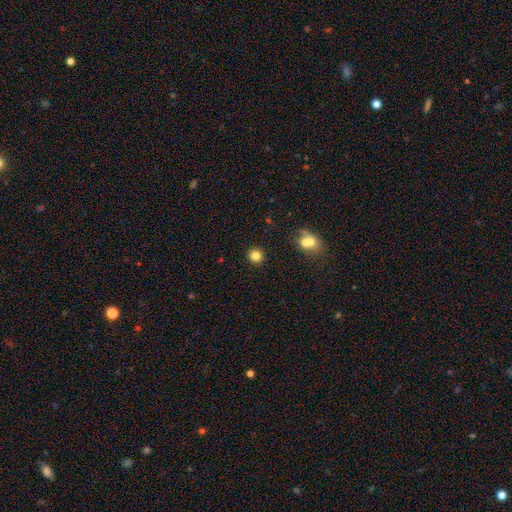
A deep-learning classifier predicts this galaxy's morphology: Q: Smooth or featured?
A: smooth (82%); runner-up: star or artifact (12%)
Q: How rounded?
A: round (93%); runner-up: in between (6%)
Q: Merging?
A: none (90%); runner-up: minor disturbance (5%)